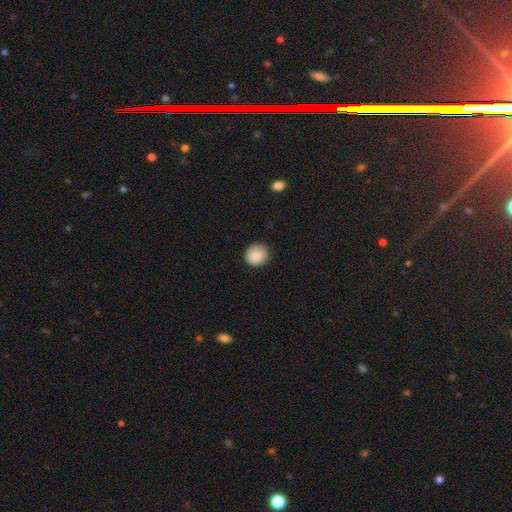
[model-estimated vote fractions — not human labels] smooth-or-featured: smooth: 88% | star or artifact: 8% | featured or disk: 4%
  how-rounded: round: 91% | in between: 8% | cigar-shaped: 1%
  merging: none: 87% | minor disturbance: 10% | major disturbance: 2% | merger: 1%